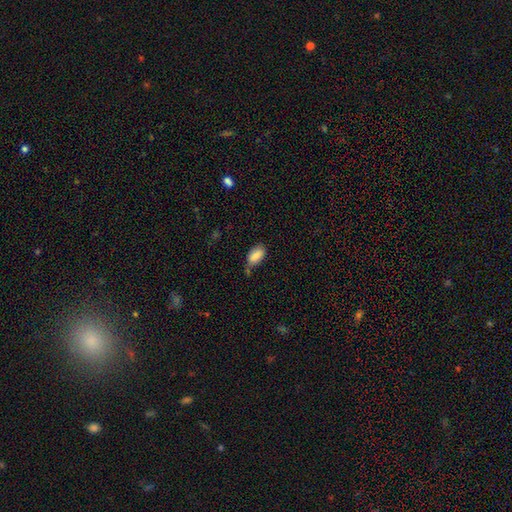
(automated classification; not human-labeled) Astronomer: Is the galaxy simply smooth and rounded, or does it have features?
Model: smooth — 85%.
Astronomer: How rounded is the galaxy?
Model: in between — 92%.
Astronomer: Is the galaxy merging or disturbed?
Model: none — 55%.